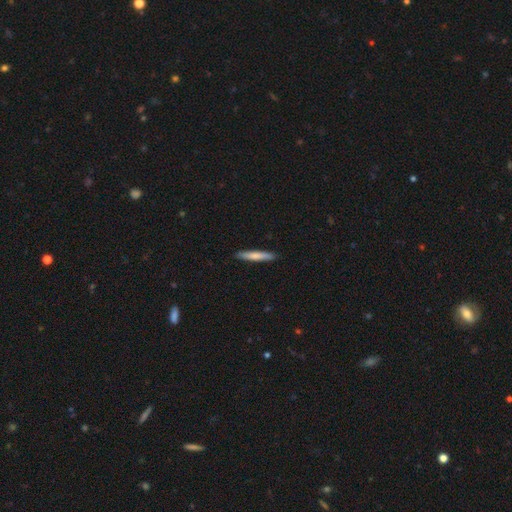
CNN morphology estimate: Smooth or featured? smooth (73%)
How rounded? cigar-shaped (94%)
Merging? none (91%)